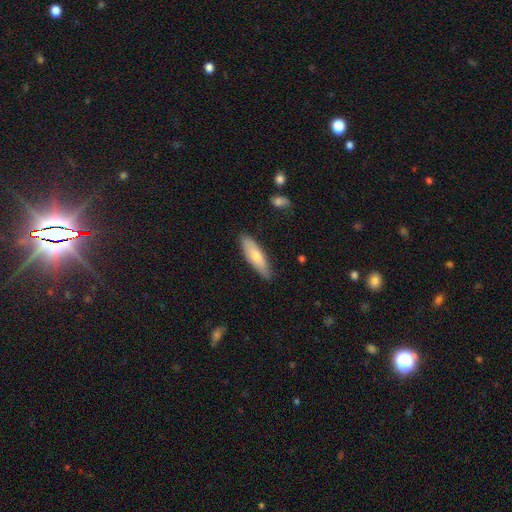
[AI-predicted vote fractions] A smooth galaxy with no disk features (69%) that is cigar-shaped (54%).

Vote fractions:
- Smooth or featured? smooth: 69% / featured or disk: 26% / star or artifact: 5%
- How rounded? cigar-shaped: 54% / in between: 44% / round: 2%
- Merging? none: 83% / minor disturbance: 14% / major disturbance: 2% / merger: 1%